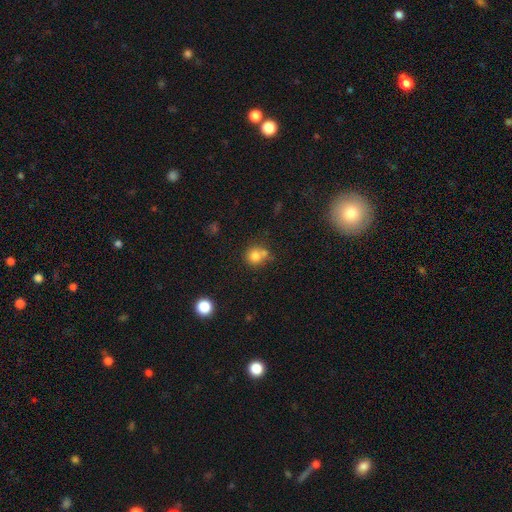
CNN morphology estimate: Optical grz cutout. It shows a smooth galaxy with no disk features (78%) that is round (87%). Merging: none (51%).